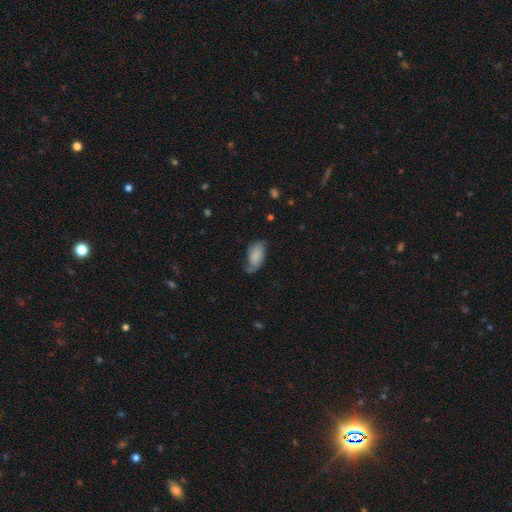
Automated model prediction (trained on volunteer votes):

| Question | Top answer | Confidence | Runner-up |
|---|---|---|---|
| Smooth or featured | smooth | 74% | featured or disk (19%) |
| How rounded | in between | 93% | cigar-shaped (5%) |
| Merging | none | 47% | minor disturbance (36%) |